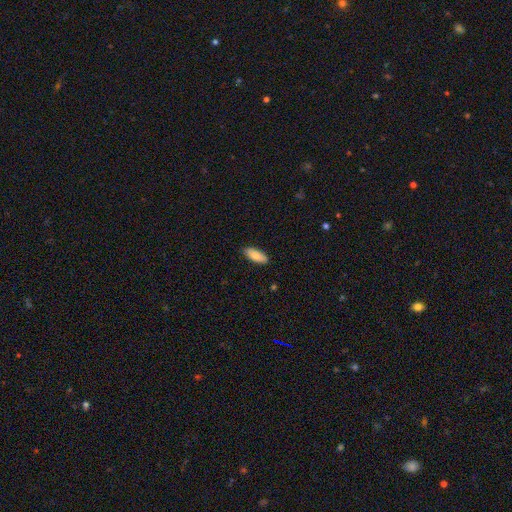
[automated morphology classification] Smooth or featured?
  - smooth: 83% *
  - featured or disk: 11%
  - star or artifact: 6%
How rounded?
  - in between: 80% *
  - cigar-shaped: 18%
  - round: 2%
Merging?
  - none: 87% *
  - minor disturbance: 10%
  - major disturbance: 2%
  - merger: 1%